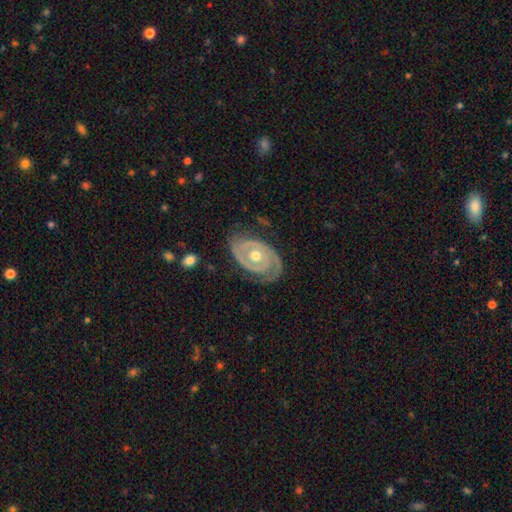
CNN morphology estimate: type=featured or disk (89%); edge-on=no (96%); bar=no (77%); spiral arms=yes (93%); winding=tight (71%); arm count=2 (74%); bulge=moderate (78%); merging=none (75%).